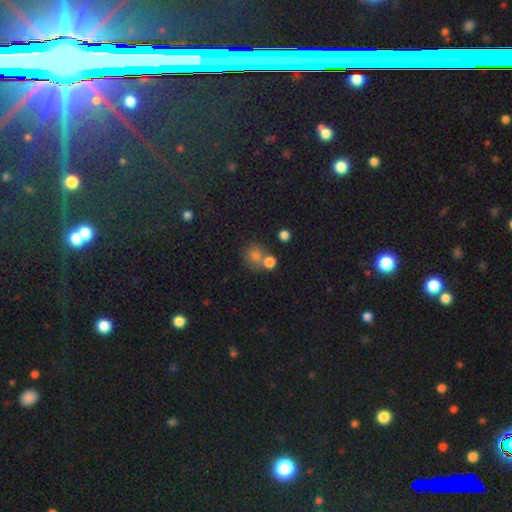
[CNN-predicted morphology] smooth_or_featured: smooth (p=0.71) [alt: star or artifact p=0.18]
how_rounded: round (p=0.83) [alt: in between p=0.16]
merging: none (p=0.55) [alt: merger p=0.30]